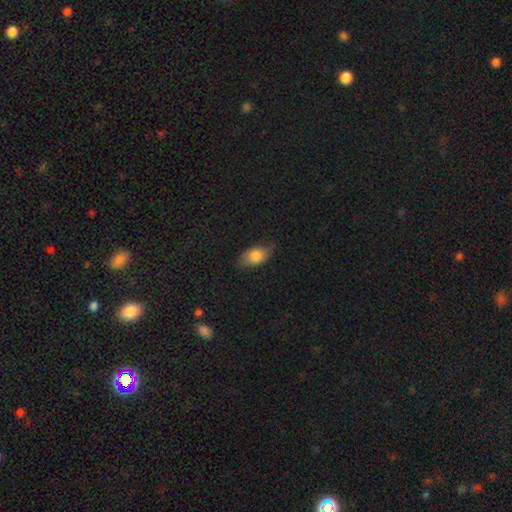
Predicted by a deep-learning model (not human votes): Overall: smooth (78%). How rounded: in between (87%). Merging: none (69%).